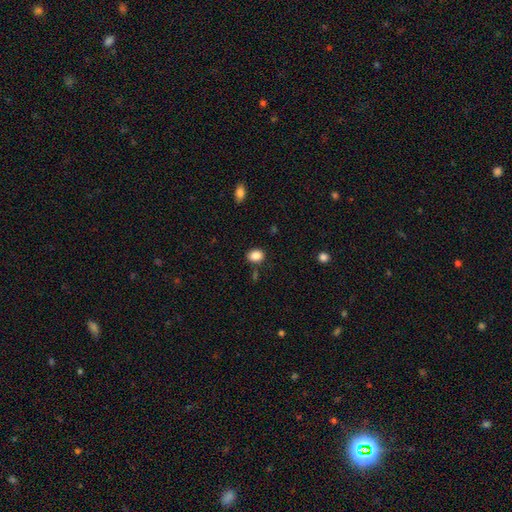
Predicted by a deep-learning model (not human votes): smooth-or-featured: smooth: 87% | star or artifact: 9% | featured or disk: 4%
  how-rounded: in between: 64% | round: 35% | cigar-shaped: 1%
  merging: none: 82% | minor disturbance: 11% | merger: 4% | major disturbance: 3%